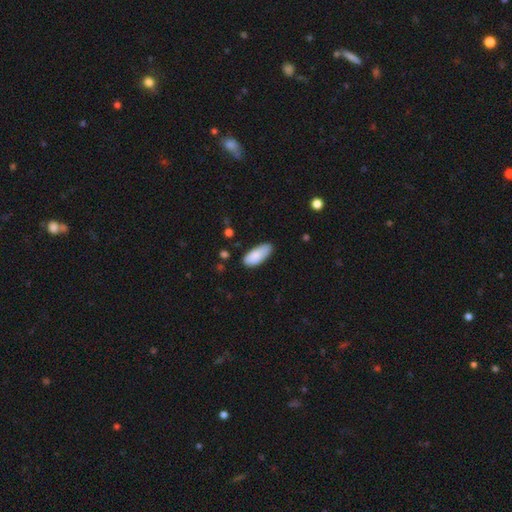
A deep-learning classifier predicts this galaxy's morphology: This is clearly a smooth galaxy (86%). How rounded: clearly in between (87%). Merging: likely none (72%).